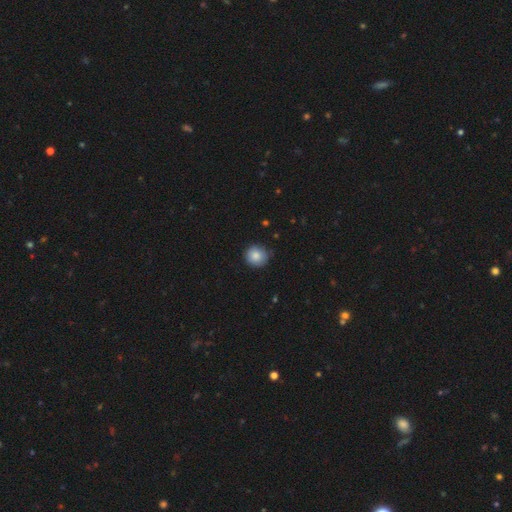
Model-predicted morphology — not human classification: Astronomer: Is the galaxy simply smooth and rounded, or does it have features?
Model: smooth — 85%.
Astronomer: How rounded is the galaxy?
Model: round — 91%.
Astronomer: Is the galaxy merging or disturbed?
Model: none — 82%.